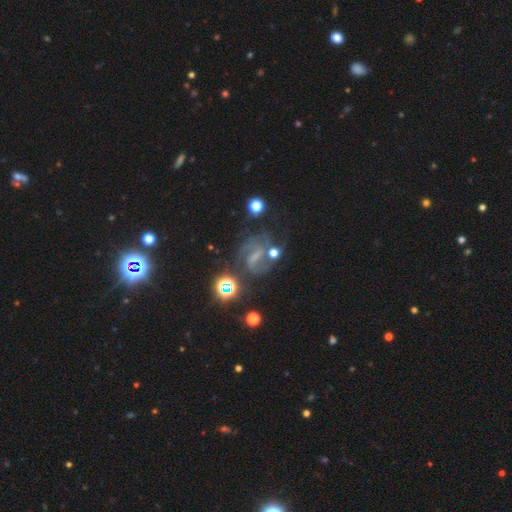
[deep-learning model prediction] smooth-or-featured: featured or disk: 74% | star or artifact: 16% | smooth: 10%
  disk-edge-on: no: 97% | yes: 3%
    bar: weak: 46% | strong: 37% | no: 17%
    has-spiral-arms: yes: 92% | no: 8%
      spiral-winding: medium: 51% | tight: 25% | loose: 24%
      spiral-arm-count: 2: 71% | can't tell: 12% | 3: 8% | 1: 4% | 4: 3% | more than 4: 3%
    bulge-size: small: 43% | none: 37% | moderate: 17% | large: 2% | dominant: 1%
  merging: none: 56% | minor disturbance: 18% | major disturbance: 15% | merger: 10%